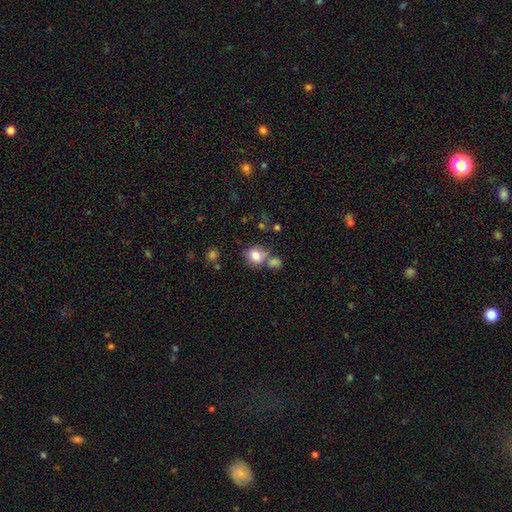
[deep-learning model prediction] Q: Smooth or featured?
A: smooth (81%); runner-up: star or artifact (10%)
Q: How rounded?
A: round (67%); runner-up: in between (32%)
Q: Merging?
A: none (53%); runner-up: merger (28%)